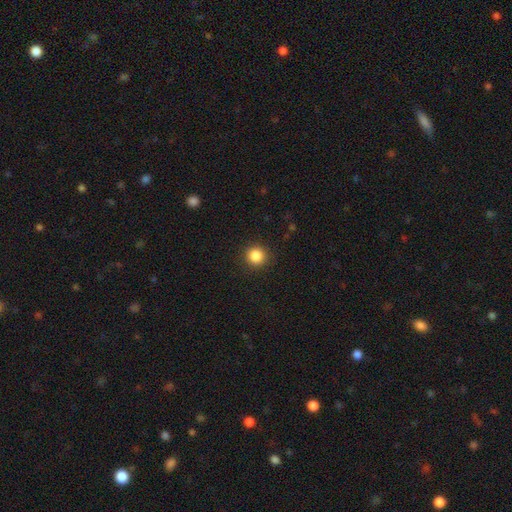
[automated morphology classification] This appears to be a smooth galaxy with no disk features (85%) that is round (93%). Merging: none (91%).